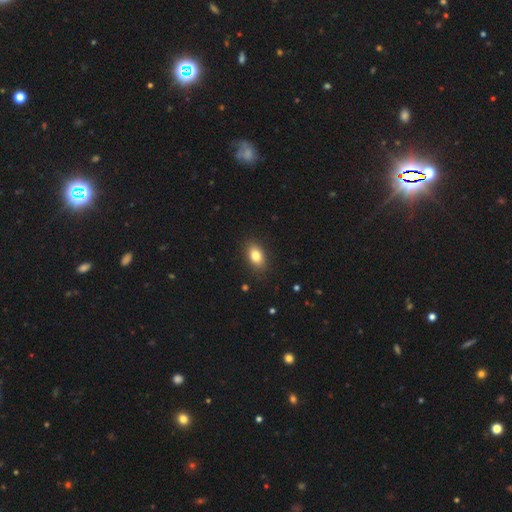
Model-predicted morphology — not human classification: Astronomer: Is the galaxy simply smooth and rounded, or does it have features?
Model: smooth — 83%.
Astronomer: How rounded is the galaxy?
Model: in between — 86%.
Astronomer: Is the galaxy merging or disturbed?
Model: none — 87%.